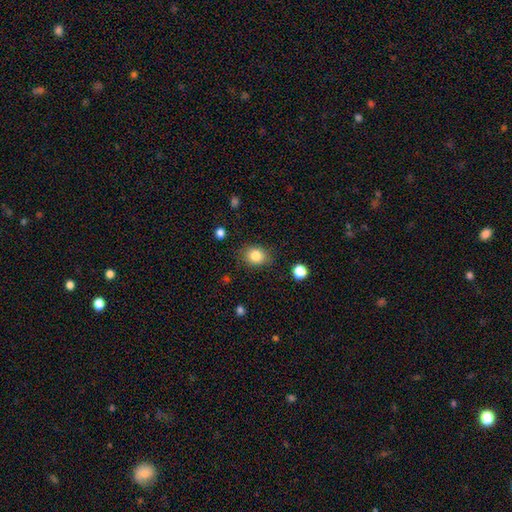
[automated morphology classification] smooth 84%, star or artifact 10%, featured or disk 6%. Down the decision tree: how rounded — round (55%); merging — none (80%).